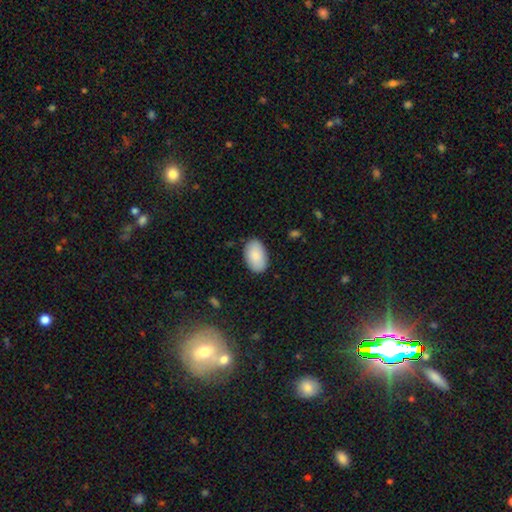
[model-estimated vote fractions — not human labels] A smooth galaxy with no disk features (88%) that is in between round and cigar-shaped (93%).

Vote fractions:
- Smooth or featured? smooth: 88% / featured or disk: 6% / star or artifact: 6%
- How rounded? in between: 93% / round: 5% / cigar-shaped: 1%
- Merging? none: 87% / minor disturbance: 10% / major disturbance: 2% / merger: 1%